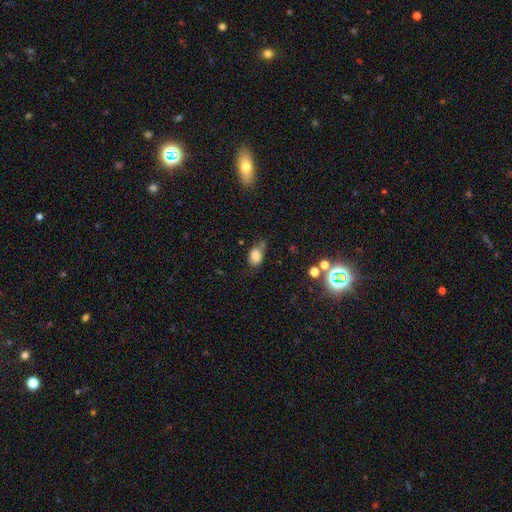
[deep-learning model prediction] Overall: smooth (82%). How rounded: in between (66%; round 33%). Merging: none (48%; minor disturbance 31%).